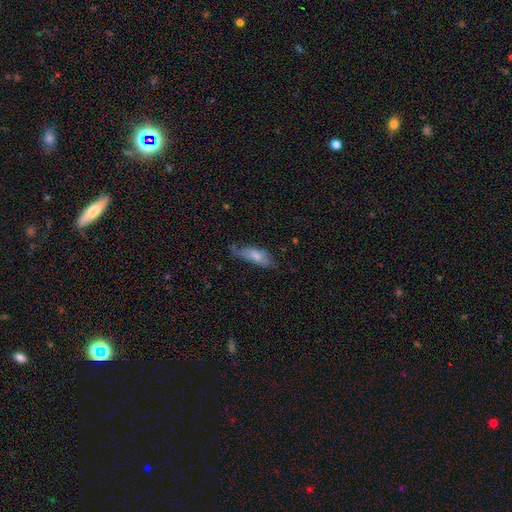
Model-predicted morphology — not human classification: The model was most divided on "merging": none: 48%, minor disturbance: 36%, major disturbance: 13%, merger: 3%. More confident: smooth or featured — smooth (69%); how rounded — in between (65%).